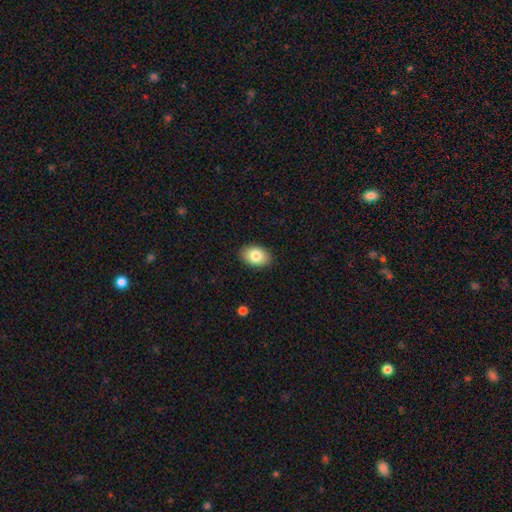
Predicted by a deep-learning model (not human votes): Smooth or featured?
  - smooth: 82% *
  - featured or disk: 10%
  - star or artifact: 7%
How rounded?
  - in between: 86% *
  - round: 13%
  - cigar-shaped: 1%
Merging?
  - none: 89% *
  - minor disturbance: 8%
  - major disturbance: 2%
  - merger: 1%